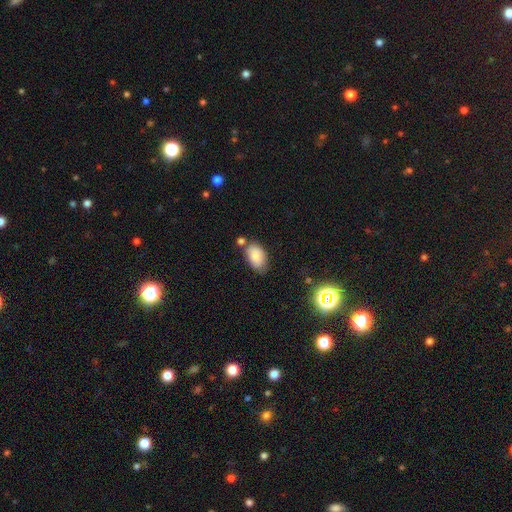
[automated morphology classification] Q: Smooth or featured?
A: smooth (86%); runner-up: star or artifact (8%)
Q: How rounded?
A: in between (93%); runner-up: round (6%)
Q: Merging?
A: none (60%); runner-up: minor disturbance (22%)